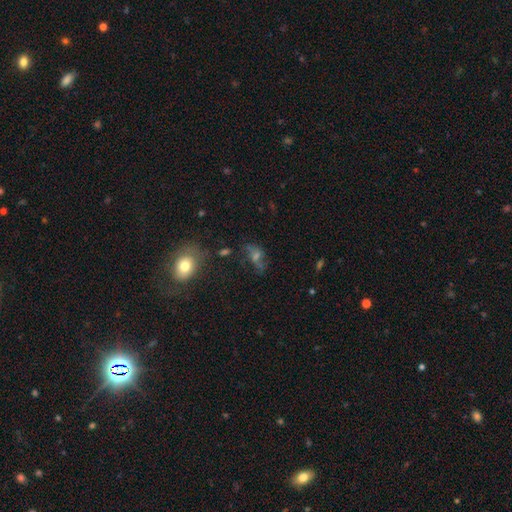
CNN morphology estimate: type=featured or disk (43%); merging=none (53%).